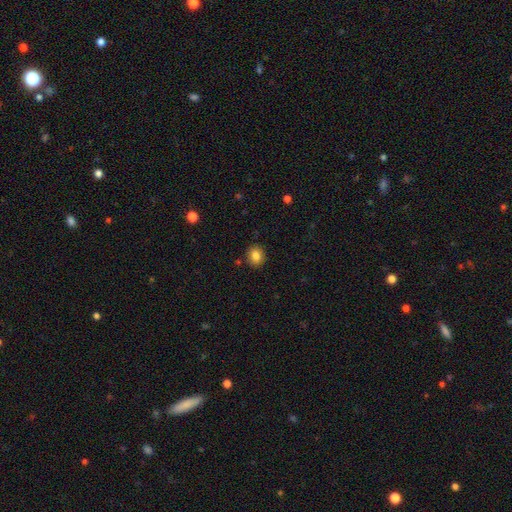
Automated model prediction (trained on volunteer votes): Q: Smooth or featured?
A: smooth (84%); runner-up: star or artifact (10%)
Q: How rounded?
A: round (73%); runner-up: in between (26%)
Q: Merging?
A: none (88%); runner-up: minor disturbance (8%)